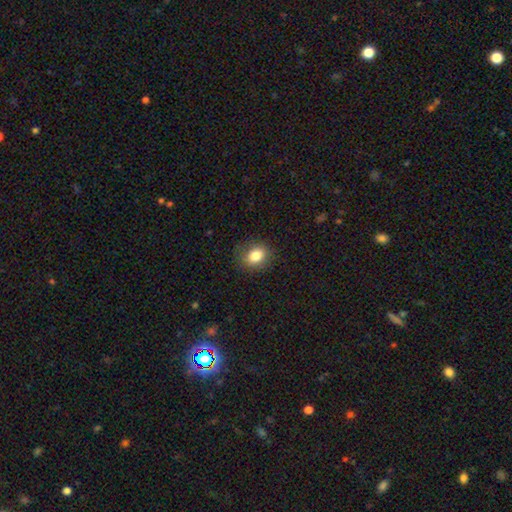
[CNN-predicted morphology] This is clearly a smooth galaxy (83%). How rounded: possibly in between (52%). Merging: clearly none (85%).